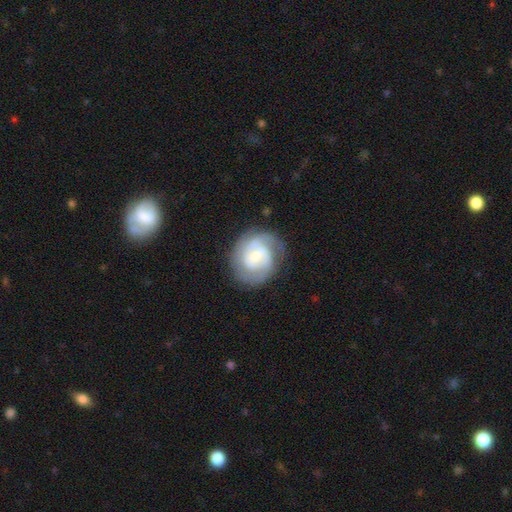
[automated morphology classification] Smooth or featured?
  - featured or disk: 77% *
  - smooth: 17%
  - star or artifact: 6%
Edge-on disk?
  - no: 98% *
  - yes: 2%
Bar?
  - weak: 45% *
  - no: 44%
  - strong: 11%
Spiral arms?
  - yes: 94% *
  - no: 6%
Spiral winding?
  - tight: 53% *
  - medium: 37%
  - loose: 10%
Spiral arm count?
  - 2: 58% *
  - can't tell: 18%
  - 3: 13%
  - 1: 5%
  - 4: 3%
  - more than 4: 3%
Bulge size?
  - small: 53% *
  - moderate: 34%
  - large: 6%
  - none: 6%
  - dominant: 1%
Merging?
  - none: 75% *
  - minor disturbance: 16%
  - major disturbance: 8%
  - merger: 2%